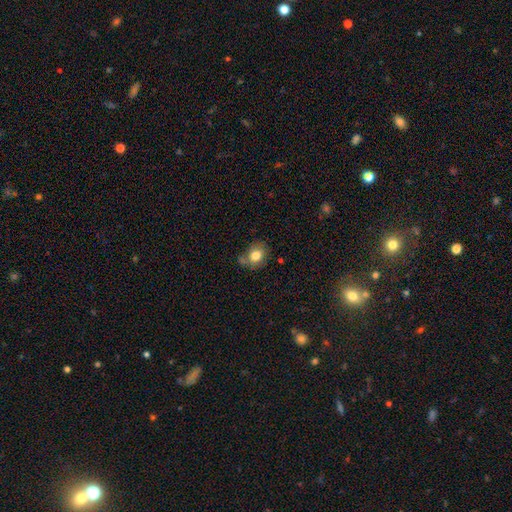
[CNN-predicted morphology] Smooth or featured? smooth (80%)
How rounded? in between (50%)
Merging? none (58%)